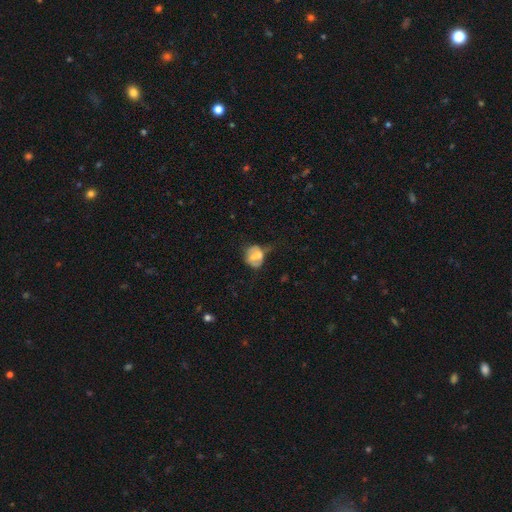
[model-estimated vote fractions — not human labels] smooth_or_featured: smooth (p=0.53) [alt: featured or disk p=0.37]
how_rounded: round (p=0.61) [alt: in between p=0.37]
merging: none (p=0.41) [alt: minor disturbance p=0.27]